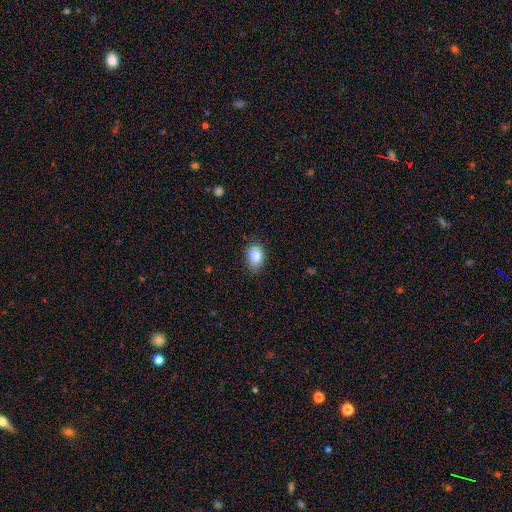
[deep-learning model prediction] smooth 86%, star or artifact 8%, featured or disk 5%. Down the decision tree: how rounded — in between (80%); merging — none (78%).